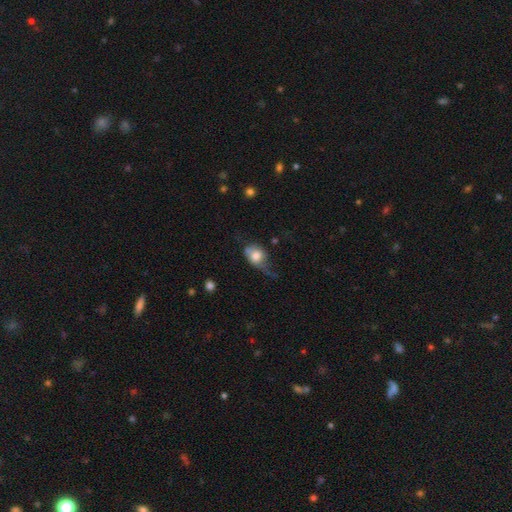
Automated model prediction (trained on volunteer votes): smooth 71%, featured or disk 21%, star or artifact 8%. Down the decision tree: how rounded — in between (63%); merging — minor disturbance (37%).